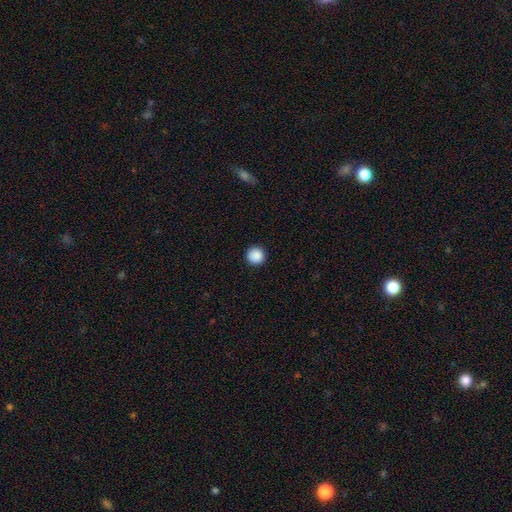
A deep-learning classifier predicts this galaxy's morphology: smooth_or_featured: smooth (p=0.89) [alt: star or artifact p=0.09]
how_rounded: round (p=0.96) [alt: in between p=0.03]
merging: none (p=0.93) [alt: minor disturbance p=0.04]